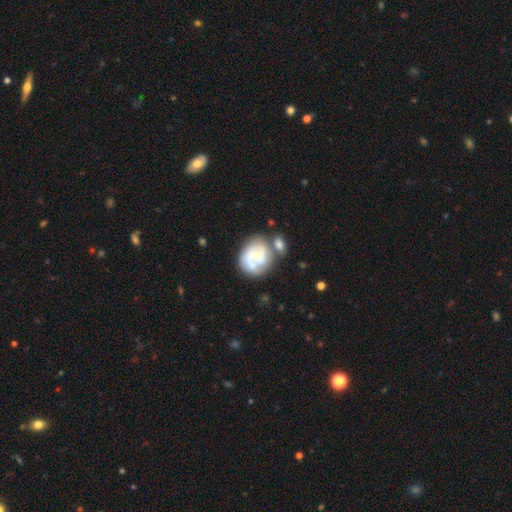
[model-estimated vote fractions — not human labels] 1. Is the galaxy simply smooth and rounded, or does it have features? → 65% featured or disk, 29% smooth, 6% star or artifact.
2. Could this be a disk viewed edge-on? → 98% no, 2% yes.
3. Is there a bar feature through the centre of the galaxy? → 64% no, 30% weak, 6% strong.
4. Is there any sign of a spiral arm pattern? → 80% yes, 20% no.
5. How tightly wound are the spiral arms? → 47% tight, 37% medium, 16% loose.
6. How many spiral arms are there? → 47% 2, 25% can't tell, 14% 1, 10% 3, 2% 4, 2% more than 4.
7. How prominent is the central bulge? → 59% small, 32% moderate, 5% none, 2% large, 1% dominant.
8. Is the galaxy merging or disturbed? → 44% none, 26% merger, 20% minor disturbance, 10% major disturbance.